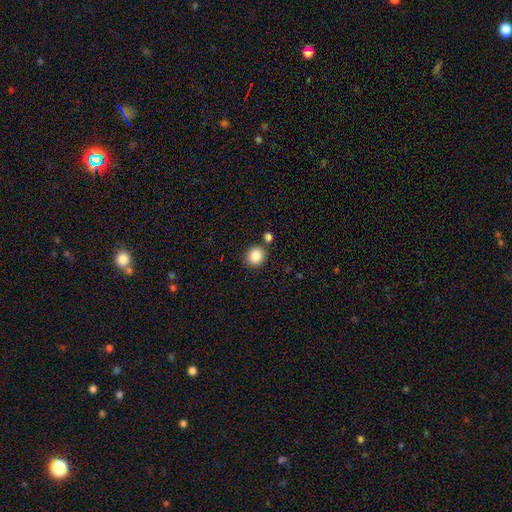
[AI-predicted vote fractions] Q: Smooth or featured?
A: smooth (87%); runner-up: star or artifact (9%)
Q: How rounded?
A: round (86%); runner-up: in between (13%)
Q: Merging?
A: none (79%); runner-up: merger (9%)